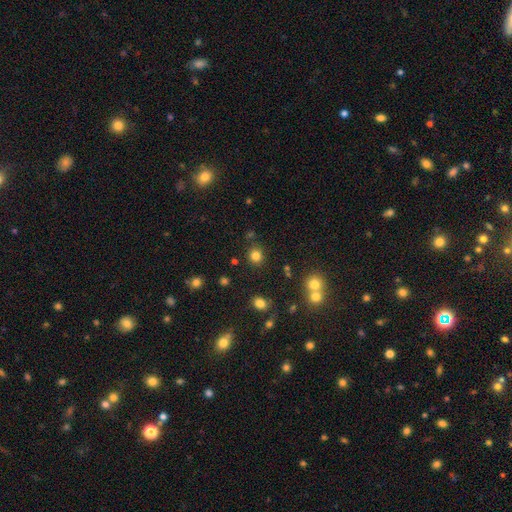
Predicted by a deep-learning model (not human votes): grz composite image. It shows a smooth galaxy with no disk features (80%) that is round (87%). Merging: none (86%).